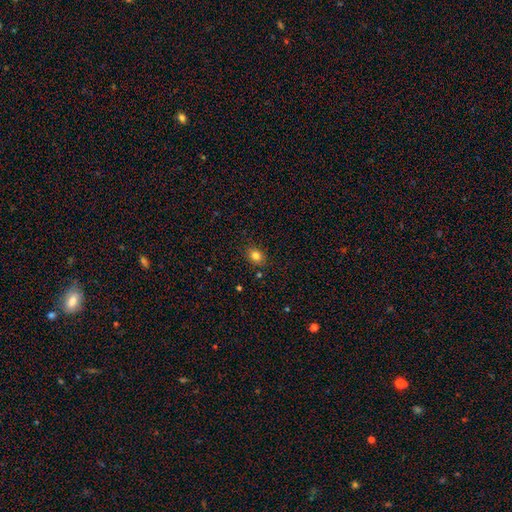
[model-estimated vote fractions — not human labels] Smooth or featured?
  - smooth: 81% *
  - star or artifact: 12%
  - featured or disk: 7%
How rounded?
  - in between: 55% *
  - round: 44%
  - cigar-shaped: 1%
Merging?
  - none: 86% *
  - minor disturbance: 10%
  - major disturbance: 2%
  - merger: 2%